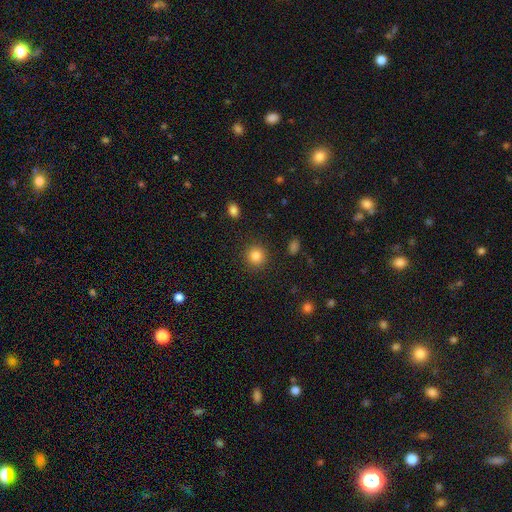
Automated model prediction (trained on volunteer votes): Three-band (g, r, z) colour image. It shows a smooth galaxy with no disk features (84%) that is round (92%). Merging: none (90%).